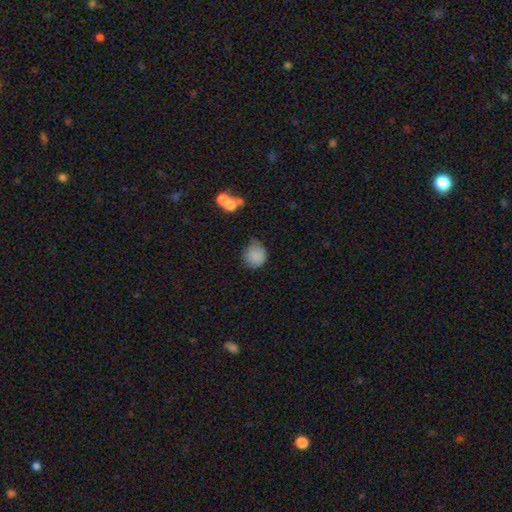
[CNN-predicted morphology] smooth-or-featured: smooth: 82% | star or artifact: 10% | featured or disk: 8%
  how-rounded: round: 85% | in between: 14% | cigar-shaped: 1%
  merging: none: 55% | minor disturbance: 31% | major disturbance: 9% | merger: 4%